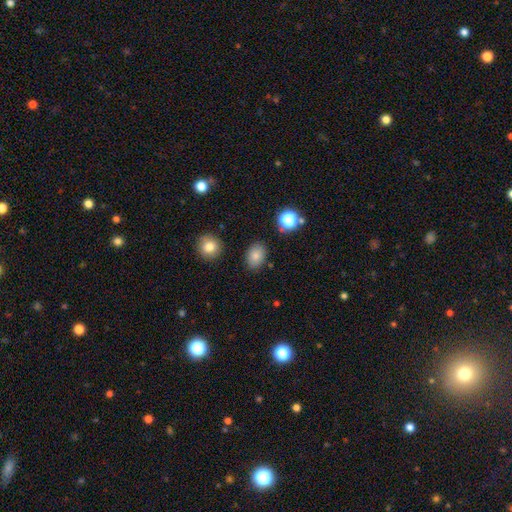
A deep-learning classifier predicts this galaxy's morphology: smooth 82%, star or artifact 11%, featured or disk 7%. Down the decision tree: how rounded — in between (79%); merging — none (84%).